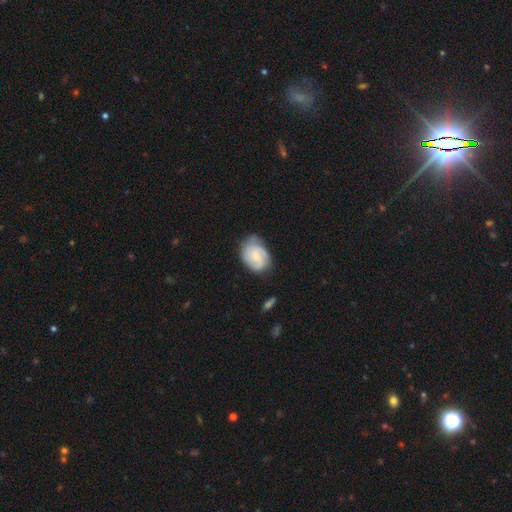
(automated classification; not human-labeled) Q: Smooth or featured?
A: featured or disk (51%); runner-up: smooth (42%)
Q: Edge-on disk?
A: no (97%); runner-up: yes (3%)
Q: Merging?
A: none (59%); runner-up: minor disturbance (30%)